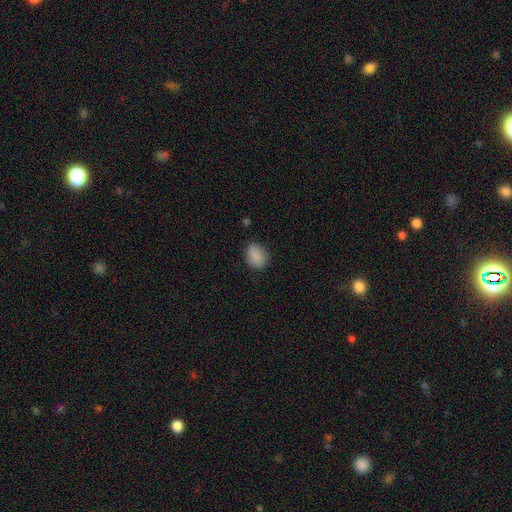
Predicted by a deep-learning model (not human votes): Smooth or featured?
  - smooth: 87% *
  - star or artifact: 8%
  - featured or disk: 5%
How rounded?
  - in between: 64% *
  - round: 34%
  - cigar-shaped: 1%
Merging?
  - none: 80% *
  - minor disturbance: 15%
  - major disturbance: 3%
  - merger: 1%